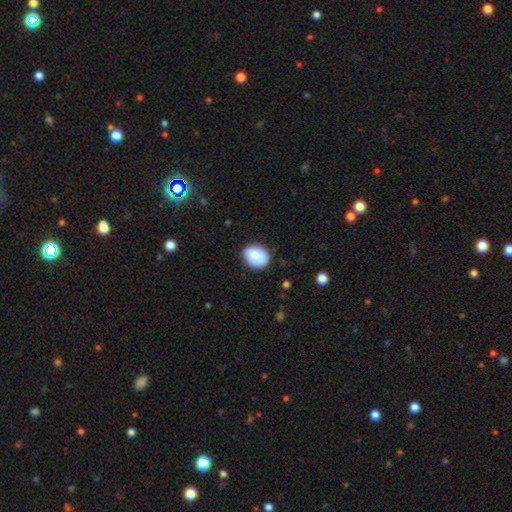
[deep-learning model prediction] smooth_or_featured: smooth (p=0.84) [alt: featured or disk p=0.08]
how_rounded: in between (p=0.55) [alt: round p=0.44]
merging: none (p=0.80) [alt: minor disturbance p=0.16]